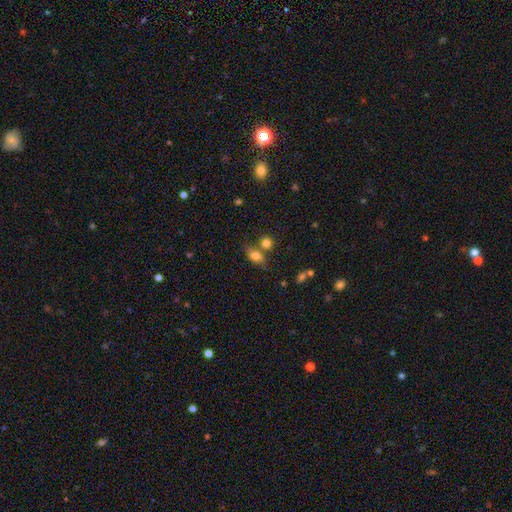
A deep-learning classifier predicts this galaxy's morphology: This appears to be a smooth galaxy with no disk features (78%) that is in between round and cigar-shaped (80%). Merging: none (55%).